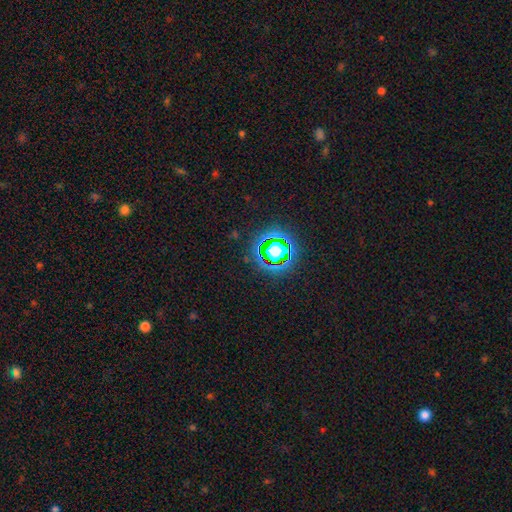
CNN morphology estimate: A star or artifact, not a galaxy (80%).